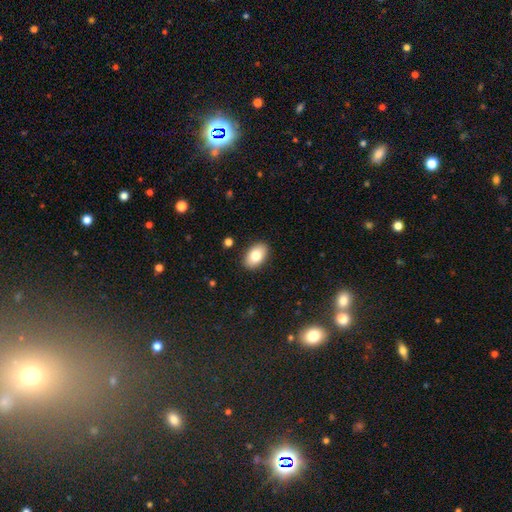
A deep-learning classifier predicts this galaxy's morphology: smooth 82%, featured or disk 11%, star or artifact 7%. Down the decision tree: how rounded — in between (91%); merging — none (89%).